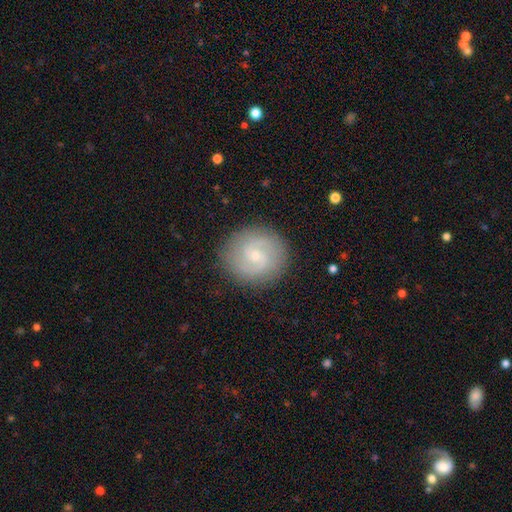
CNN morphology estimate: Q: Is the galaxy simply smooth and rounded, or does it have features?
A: featured or disk — 76%.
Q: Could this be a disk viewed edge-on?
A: no — 98%.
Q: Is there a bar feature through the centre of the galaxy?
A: no — 52%.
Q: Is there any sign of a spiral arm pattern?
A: yes — 94%.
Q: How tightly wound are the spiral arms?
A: medium — 47%.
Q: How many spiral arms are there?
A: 2 — 84%.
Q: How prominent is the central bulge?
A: small — 73%.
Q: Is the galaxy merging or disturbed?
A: none — 87%.